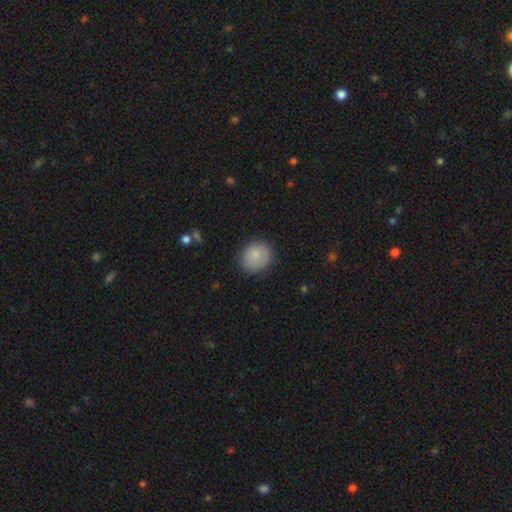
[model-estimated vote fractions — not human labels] This is clearly a smooth galaxy (81%). How rounded: likely round (70%). Merging: clearly none (82%).